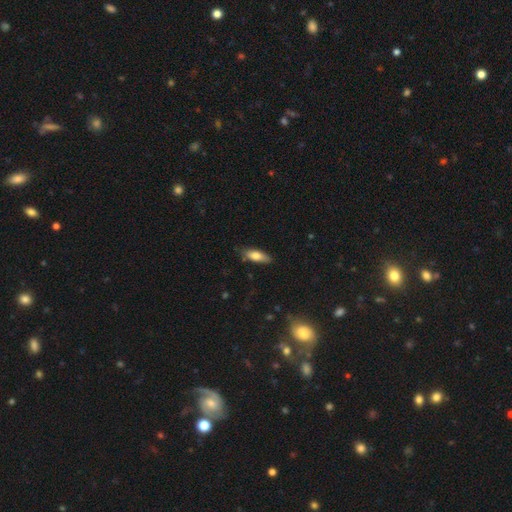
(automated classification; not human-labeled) A smooth galaxy with no disk features (75%) that is in between round and cigar-shaped (60%). Merging: none (80%).